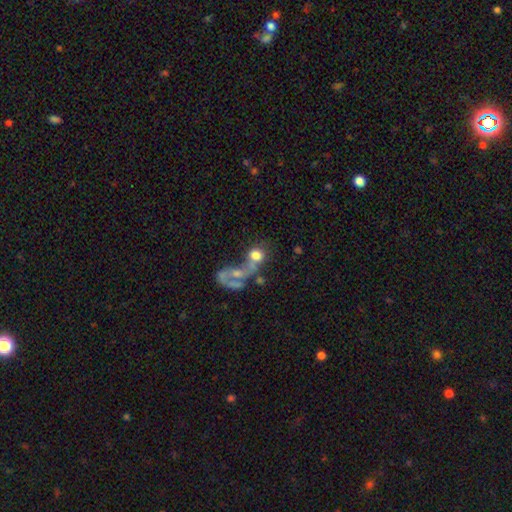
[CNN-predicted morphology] Smooth or featured? Predicted: smooth (p=0.59). How rounded? Predicted: round (p=0.65). Merging? Predicted: merger (p=0.55).